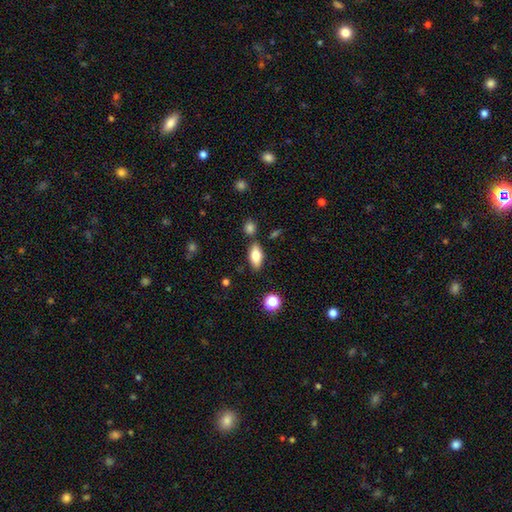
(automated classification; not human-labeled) Smooth or featured? Predicted: smooth (p=0.74). How rounded? Predicted: in between (p=0.85). Merging? Predicted: none (p=0.81).